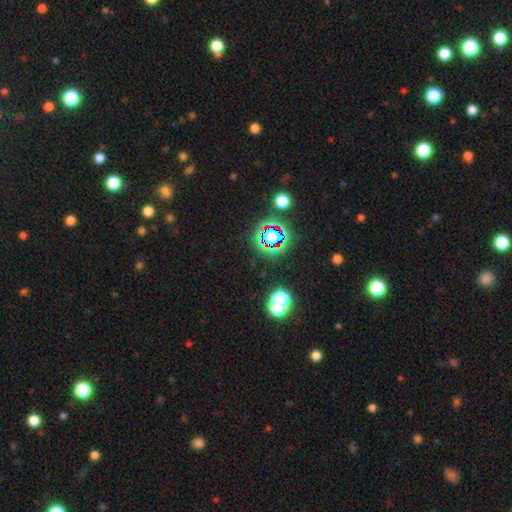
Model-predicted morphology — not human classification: smooth_or_featured: star or artifact (p=0.75) [alt: smooth p=0.18]